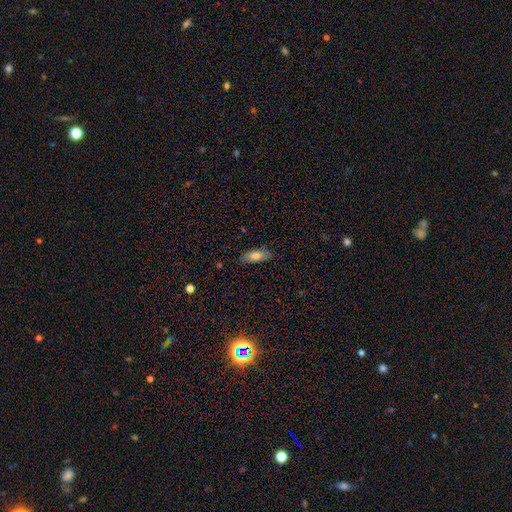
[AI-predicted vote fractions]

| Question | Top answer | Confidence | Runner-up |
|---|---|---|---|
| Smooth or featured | smooth | 76% | featured or disk (17%) |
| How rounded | in between | 76% | cigar-shaped (22%) |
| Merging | none | 84% | minor disturbance (12%) |